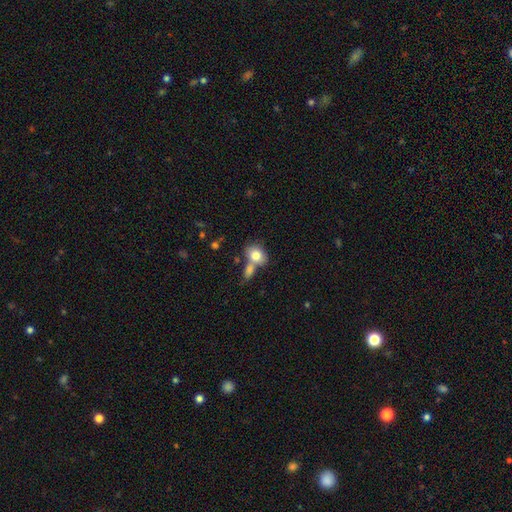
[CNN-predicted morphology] A smooth galaxy with no disk features (80%) that is in between round and cigar-shaped (65%). Merging: merger (45%).